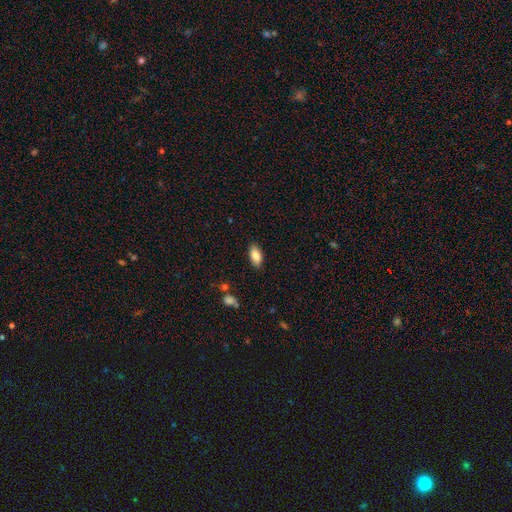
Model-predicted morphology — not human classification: smooth-or-featured: smooth: 85% | featured or disk: 7% | star or artifact: 7%
  how-rounded: in between: 90% | cigar-shaped: 8% | round: 3%
  merging: none: 87% | minor disturbance: 10% | major disturbance: 2% | merger: 1%